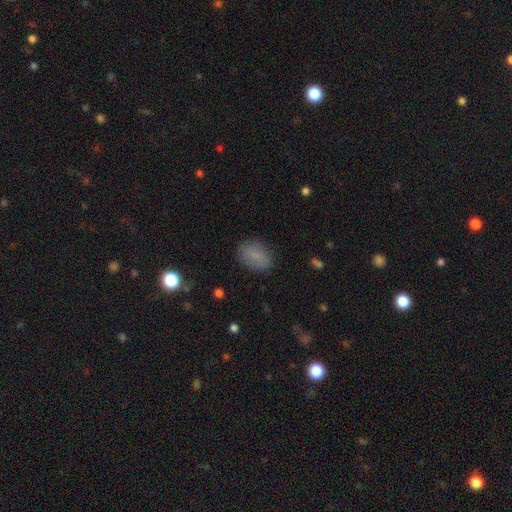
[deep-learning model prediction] Q: Smooth or featured?
A: smooth (81%); runner-up: star or artifact (10%)
Q: How rounded?
A: in between (81%); runner-up: round (17%)
Q: Merging?
A: none (82%); runner-up: minor disturbance (13%)